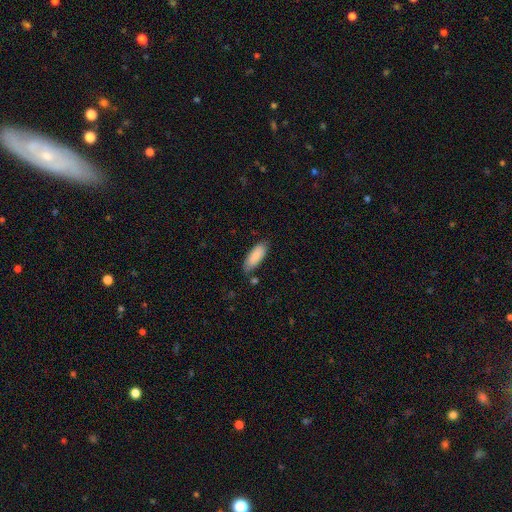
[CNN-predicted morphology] Smooth or featured? smooth (87%)
How rounded? in between (74%)
Merging? none (74%)